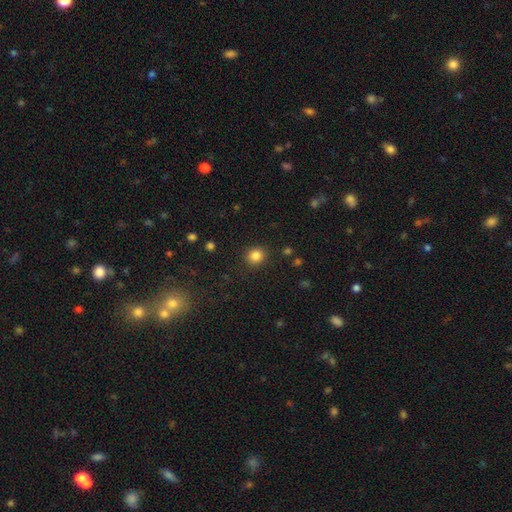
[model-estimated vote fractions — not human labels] The model was most divided on "how rounded": round: 86%, in between: 13%, cigar-shaped: 1%. More confident: merging — none (89%); smooth or featured — smooth (84%).